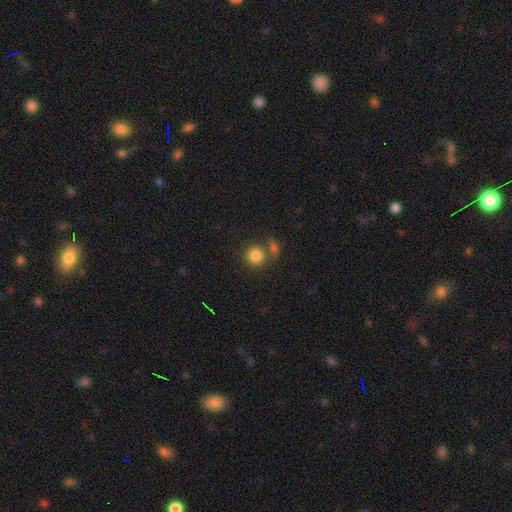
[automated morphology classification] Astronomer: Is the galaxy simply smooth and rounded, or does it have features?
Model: smooth — 83%.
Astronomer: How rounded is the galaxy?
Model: round — 89%.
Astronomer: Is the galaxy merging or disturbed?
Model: none — 58%.